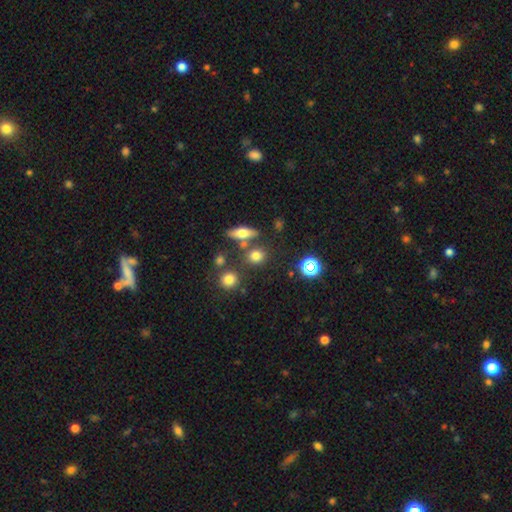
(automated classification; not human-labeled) smooth_or_featured: smooth (p=0.73) [alt: star or artifact p=0.15]
how_rounded: round (p=0.67) [alt: in between p=0.28]
merging: none (p=0.71) [alt: merger p=0.15]